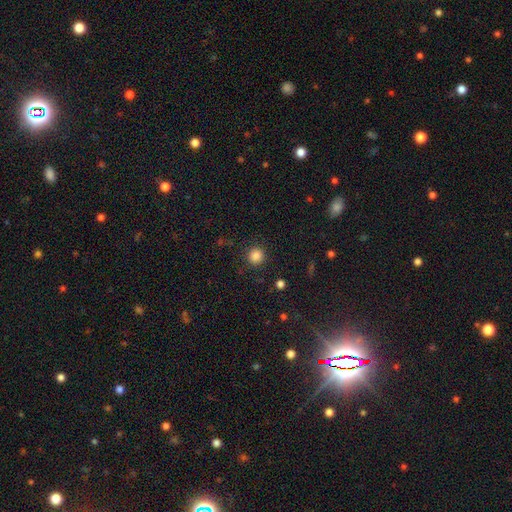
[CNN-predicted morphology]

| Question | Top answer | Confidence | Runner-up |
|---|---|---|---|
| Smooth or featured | smooth | 85% | star or artifact (11%) |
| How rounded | round | 92% | in between (7%) |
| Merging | none | 89% | minor disturbance (7%) |